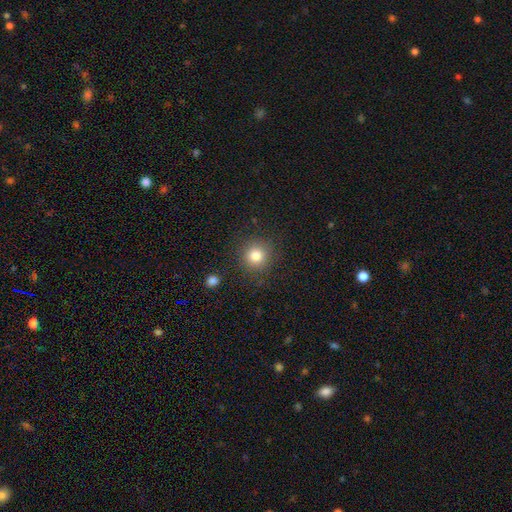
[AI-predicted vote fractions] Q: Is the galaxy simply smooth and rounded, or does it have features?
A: smooth — 81%.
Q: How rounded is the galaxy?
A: round — 93%.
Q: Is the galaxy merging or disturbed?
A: none — 87%.